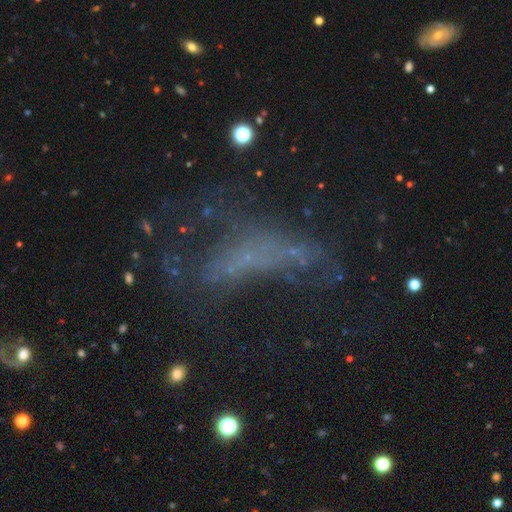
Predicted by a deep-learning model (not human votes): smooth-or-featured: featured or disk: 39% | star or artifact: 33% | smooth: 28%
  merging: major disturbance: 42% | none: 34% | minor disturbance: 17% | merger: 7%